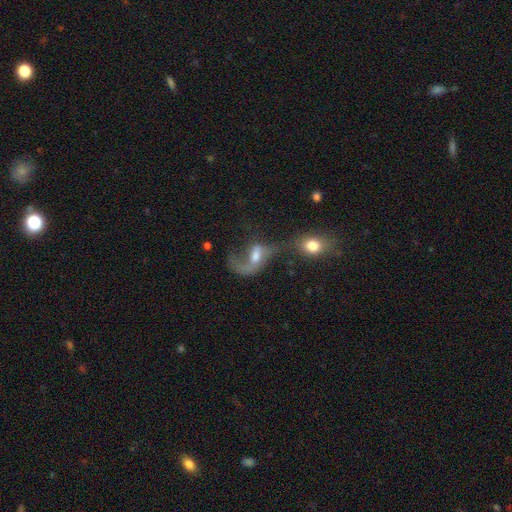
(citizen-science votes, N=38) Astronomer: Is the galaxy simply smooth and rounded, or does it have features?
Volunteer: featured or disk — 66%.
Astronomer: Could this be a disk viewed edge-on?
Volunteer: no — 96%.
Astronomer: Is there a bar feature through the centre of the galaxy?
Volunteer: no — 50% (runner-up: weak, 38%).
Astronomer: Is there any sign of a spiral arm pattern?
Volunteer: yes — 92%.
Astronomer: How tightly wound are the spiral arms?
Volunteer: loose — 68%.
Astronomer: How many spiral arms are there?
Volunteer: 1 — 77%.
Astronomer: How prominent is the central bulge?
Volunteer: moderate — 67%.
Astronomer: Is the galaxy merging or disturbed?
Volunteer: merger — 57%.